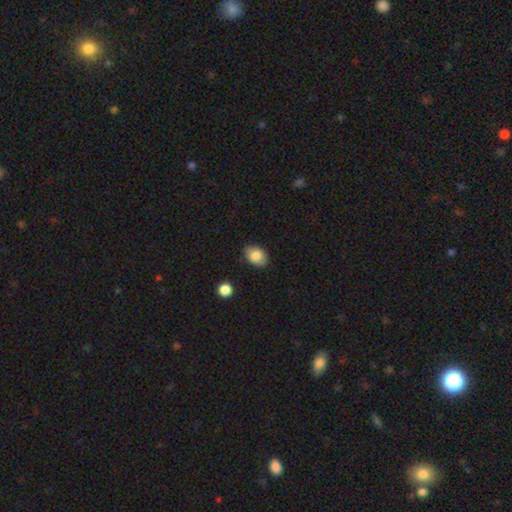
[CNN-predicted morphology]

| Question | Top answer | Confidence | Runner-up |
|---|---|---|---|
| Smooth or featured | smooth | 82% | featured or disk (11%) |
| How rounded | in between | 81% | round (18%) |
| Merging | none | 82% | minor disturbance (13%) |